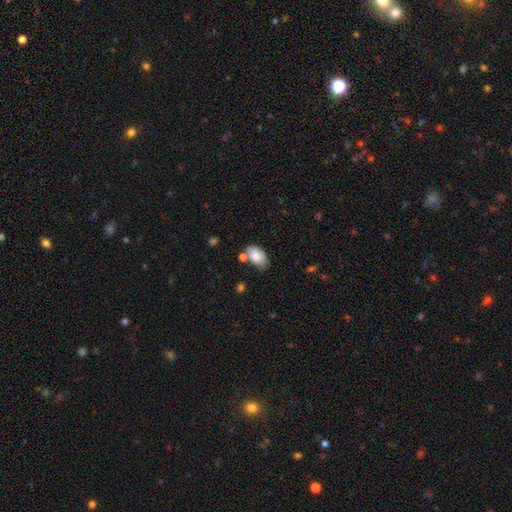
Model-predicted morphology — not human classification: This is clearly a smooth galaxy (81%). How rounded: clearly in between (92%). Merging: possibly none (54%).